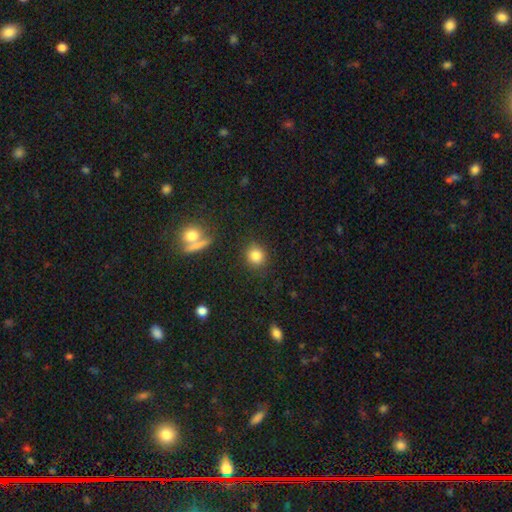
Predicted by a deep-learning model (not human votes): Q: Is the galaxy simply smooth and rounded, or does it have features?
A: smooth — 83%.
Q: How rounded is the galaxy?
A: round — 85%.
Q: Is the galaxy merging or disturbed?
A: none — 86%.